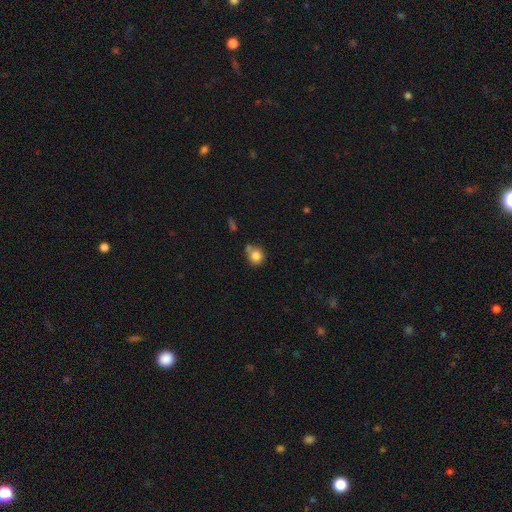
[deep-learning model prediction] This appears to be a smooth galaxy with no disk features (82%) that is round (85%). Merging: none (57%).